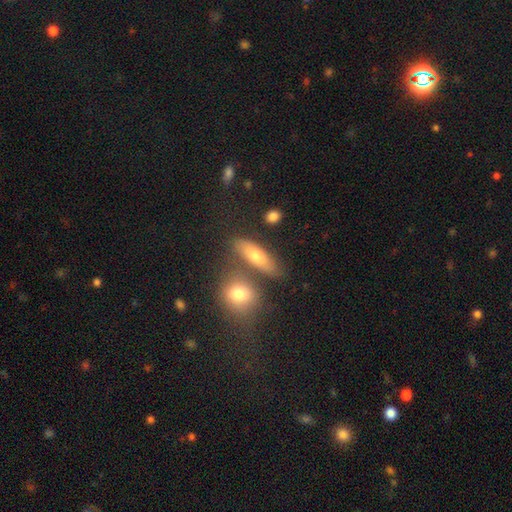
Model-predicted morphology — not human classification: smooth-or-featured: smooth: 69% | featured or disk: 21% | star or artifact: 10%
  how-rounded: in between: 54% | cigar-shaped: 35% | round: 10%
  merging: none: 62% | merger: 22% | minor disturbance: 12% | major disturbance: 5%